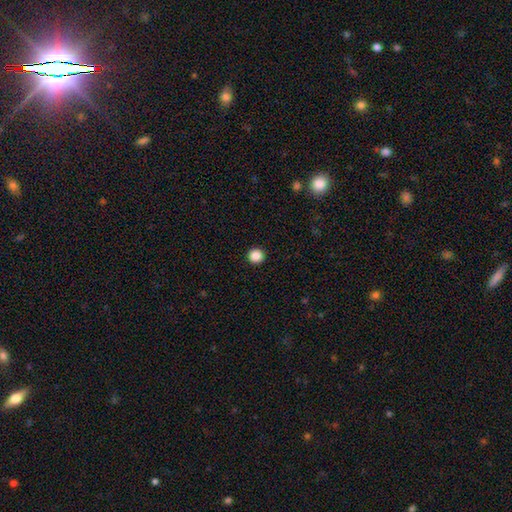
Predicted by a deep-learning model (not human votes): A smooth galaxy with no disk features (88%) that is round (96%).

Vote fractions:
- Smooth or featured? smooth: 88% / star or artifact: 10% / featured or disk: 2%
- How rounded? round: 96% / in between: 3% / cigar-shaped: 1%
- Merging? none: 94% / minor disturbance: 4% / major disturbance: 1% / merger: 1%